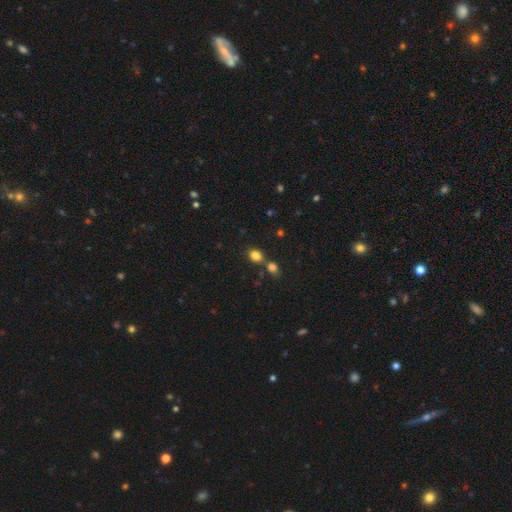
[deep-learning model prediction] This appears to be a smooth galaxy with no disk features (82%) that is in between round and cigar-shaped (58%). Merging: none (62%).